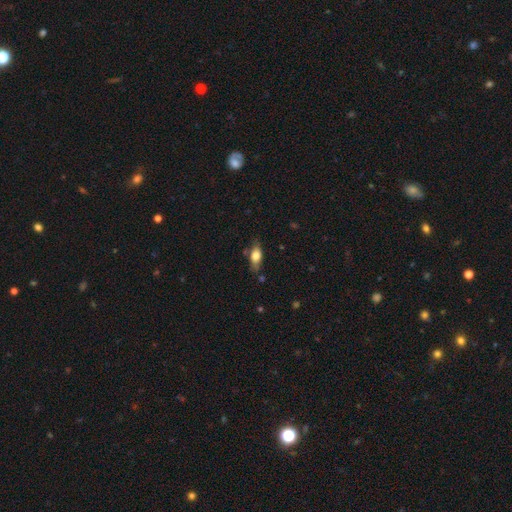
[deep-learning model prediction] This is likely a smooth galaxy (69%). How rounded: likely in between (78%). Merging: likely none (71%).